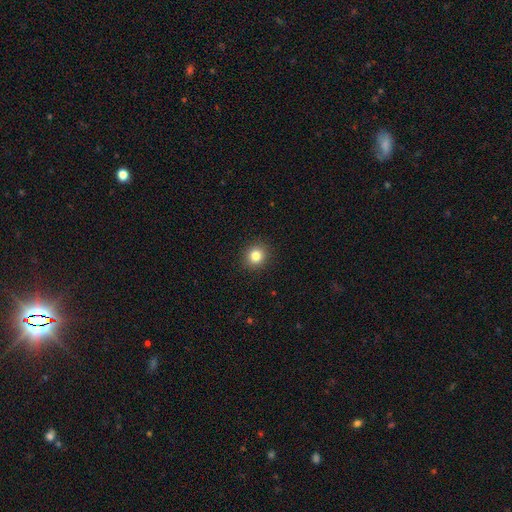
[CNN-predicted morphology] smooth 83%, star or artifact 11%, featured or disk 5%. Down the decision tree: how rounded — round (83%); merging — none (91%).